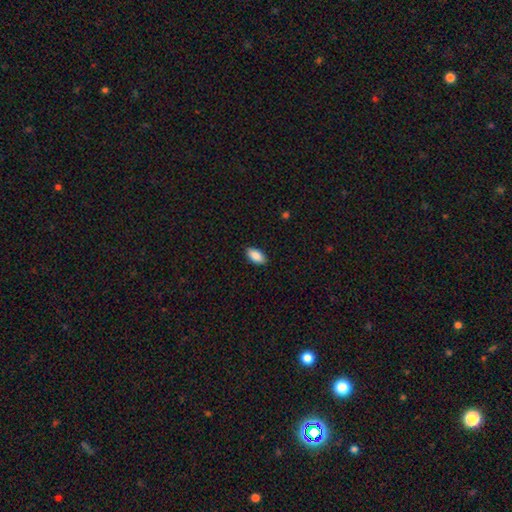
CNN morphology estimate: A smooth galaxy with no disk features (89%) that is in between round and cigar-shaped (93%). Merging: none (88%).